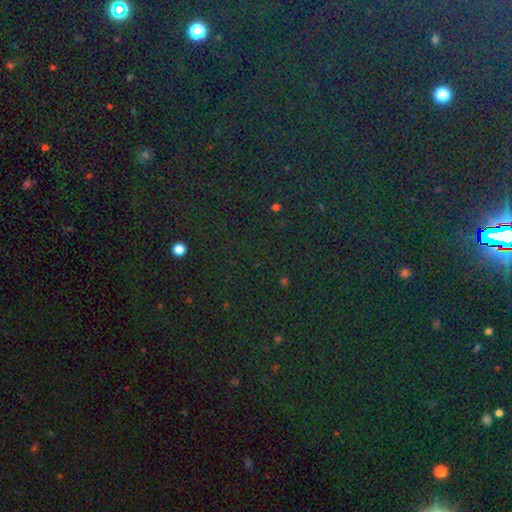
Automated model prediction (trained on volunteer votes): A star or artifact, not a galaxy (81%).

Vote fractions:
- Smooth or featured? star or artifact: 81% / smooth: 12% / featured or disk: 8%